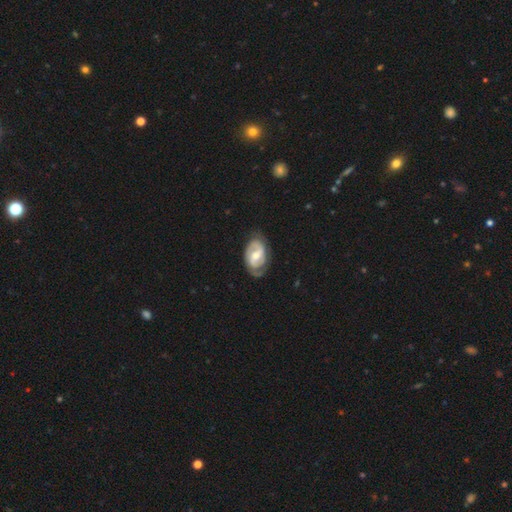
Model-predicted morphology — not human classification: Smooth or featured?
  - featured or disk: 82% *
  - smooth: 14%
  - star or artifact: 4%
Edge-on disk?
  - no: 97% *
  - yes: 3%
Bar?
  - weak: 49% *
  - no: 28%
  - strong: 23%
Spiral arms?
  - yes: 93% *
  - no: 7%
Spiral winding?
  - tight: 49% *
  - medium: 39%
  - loose: 12%
Spiral arm count?
  - 2: 82% *
  - can't tell: 8%
  - 1: 5%
  - 3: 3%
  - 4: 1%
  - more than 4: 1%
Bulge size?
  - moderate: 65% *
  - small: 27%
  - large: 5%
  - none: 2%
  - dominant: 1%
Merging?
  - none: 72% *
  - minor disturbance: 20%
  - major disturbance: 7%
  - merger: 1%